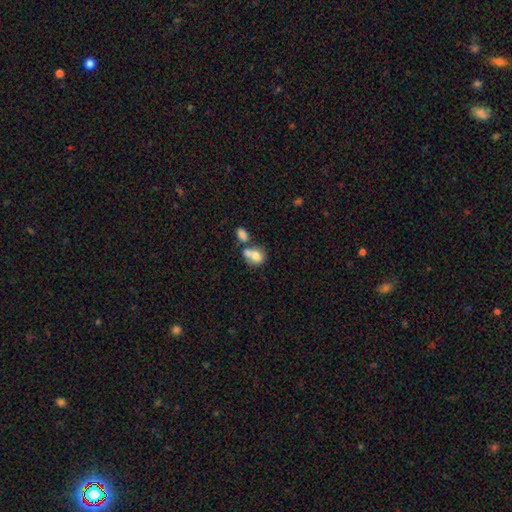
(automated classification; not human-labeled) The model was most divided on "how rounded": in between: 55%, round: 44%, cigar-shaped: 2%. More confident: smooth or featured — smooth (74%); merging — merger (55%).